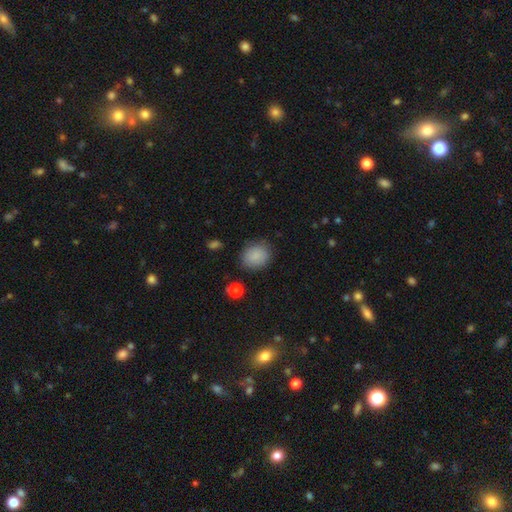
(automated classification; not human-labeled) A smooth galaxy with no disk features (87%) that is round (64%). Merging: none (83%).